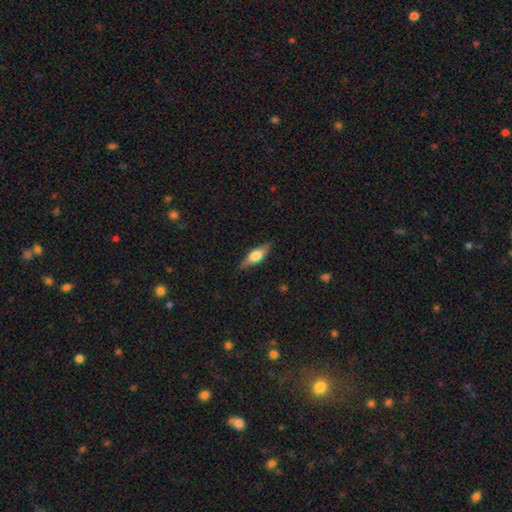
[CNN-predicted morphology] type=featured or disk (50%); merging=none (84%).